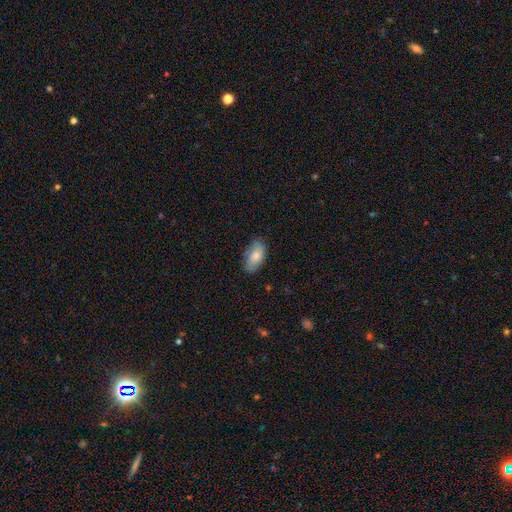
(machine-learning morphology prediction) type=smooth (75%); roundness=in between (94%); merging=none (73%).